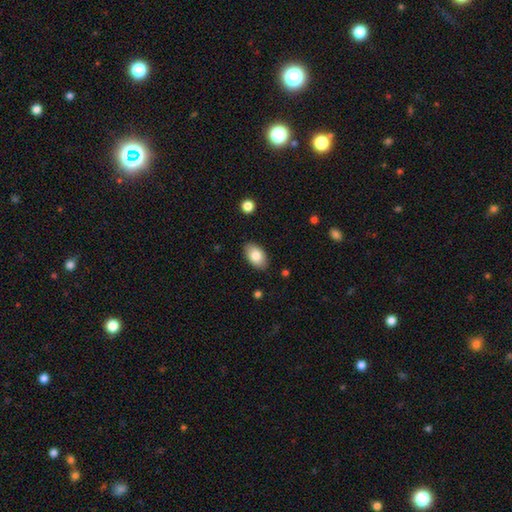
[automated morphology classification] Q: Smooth or featured?
A: smooth (83%); runner-up: featured or disk (10%)
Q: How rounded?
A: in between (93%); runner-up: round (6%)
Q: Merging?
A: none (86%); runner-up: minor disturbance (10%)